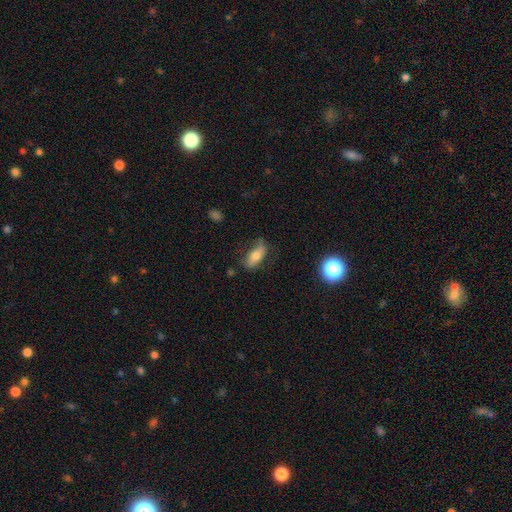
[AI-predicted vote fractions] Smooth or featured?
  - smooth: 68% *
  - featured or disk: 24%
  - star or artifact: 8%
How rounded?
  - in between: 79% *
  - cigar-shaped: 18%
  - round: 4%
Merging?
  - none: 64% *
  - minor disturbance: 24%
  - major disturbance: 9%
  - merger: 2%